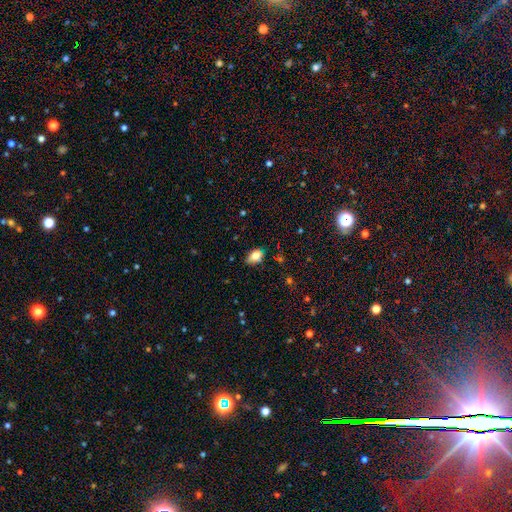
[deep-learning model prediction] smooth 79%, featured or disk 12%, star or artifact 9%. Down the decision tree: how rounded — in between (87%); merging — none (75%).